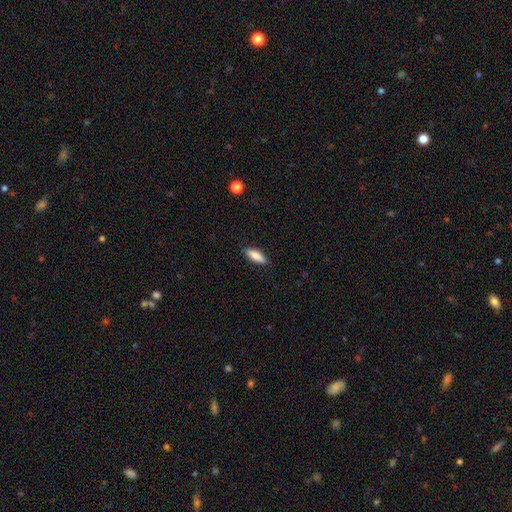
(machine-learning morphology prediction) smooth_or_featured: smooth (p=0.85) [alt: featured or disk p=0.09]
how_rounded: in between (p=0.59) [alt: cigar-shaped p=0.39]
merging: none (p=0.87) [alt: minor disturbance p=0.09]